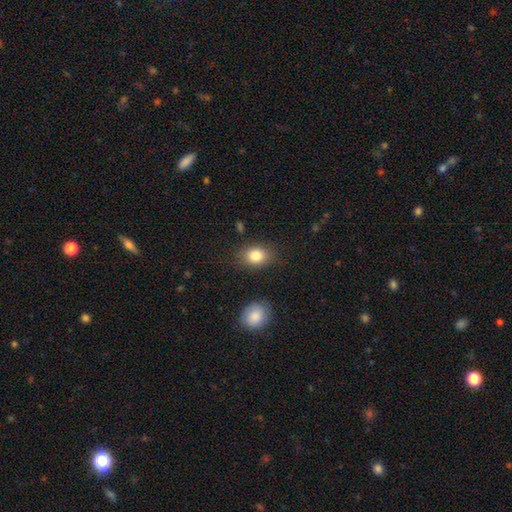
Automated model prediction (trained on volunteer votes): This appears to be a smooth galaxy with no disk features (83%) that is in between round and cigar-shaped (63%). Merging: none (82%).